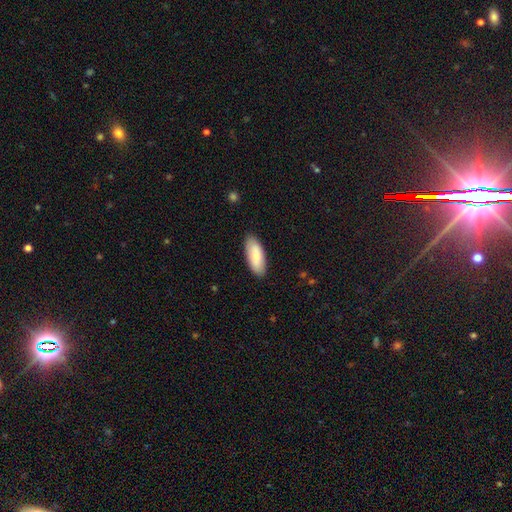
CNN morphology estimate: type=smooth (83%); roundness=in between (81%); merging=none (87%).